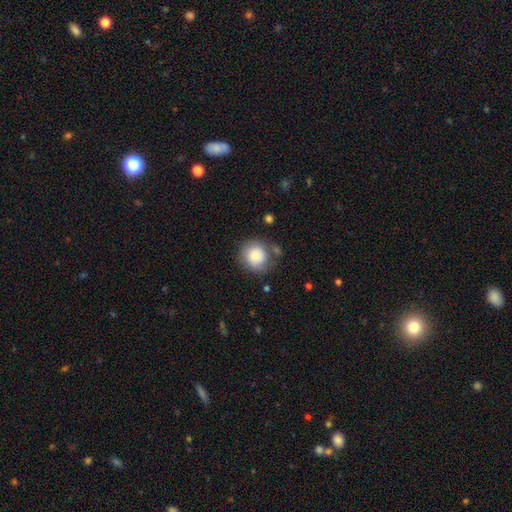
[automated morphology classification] Smooth or featured? Predicted: smooth (p=0.81). How rounded? Predicted: round (p=0.90). Merging? Predicted: none (p=0.71).